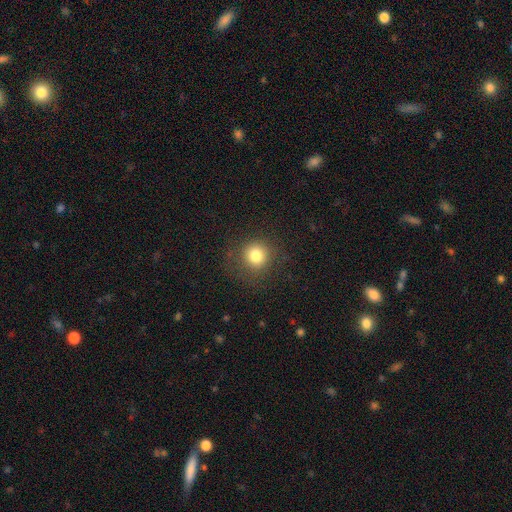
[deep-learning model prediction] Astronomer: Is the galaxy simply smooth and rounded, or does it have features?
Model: smooth — 80%.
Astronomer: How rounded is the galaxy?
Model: round — 91%.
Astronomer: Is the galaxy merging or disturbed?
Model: none — 84%.